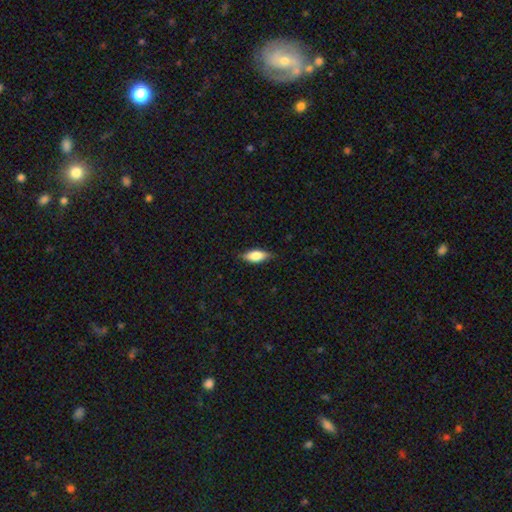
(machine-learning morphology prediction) Smooth or featured? smooth (75%)
How rounded? in between (77%)
Merging? none (84%)